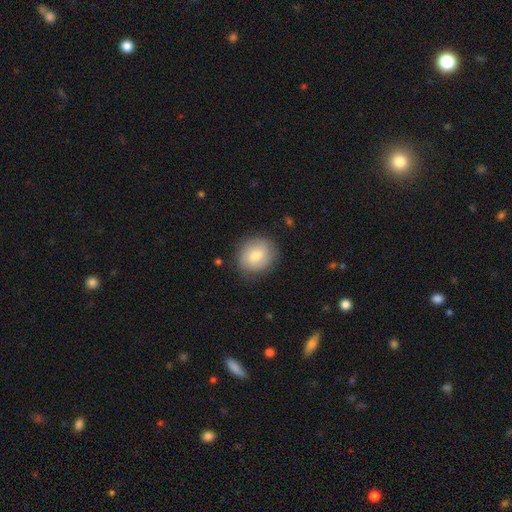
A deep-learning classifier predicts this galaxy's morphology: A smooth galaxy with no disk features (72%) that is round (74%). Merging: none (82%).